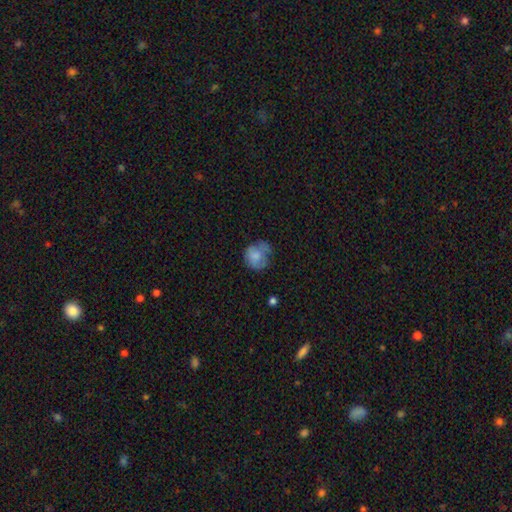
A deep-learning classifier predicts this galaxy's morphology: Overall: smooth (69%). How rounded: round (76%). Merging: none (50%; minor disturbance 29%).